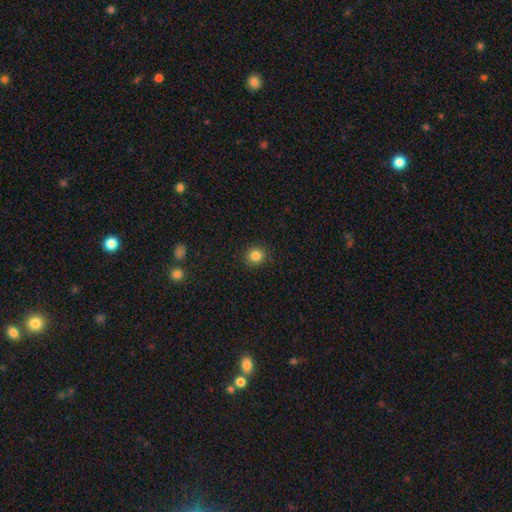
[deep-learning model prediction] This is clearly a smooth galaxy (84%). How rounded: clearly round (89%). Merging: clearly none (91%).